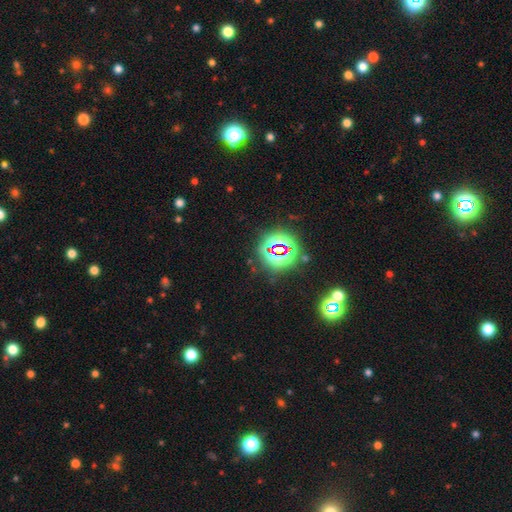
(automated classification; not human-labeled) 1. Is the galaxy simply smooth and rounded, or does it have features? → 78% star or artifact, 13% smooth, 8% featured or disk.